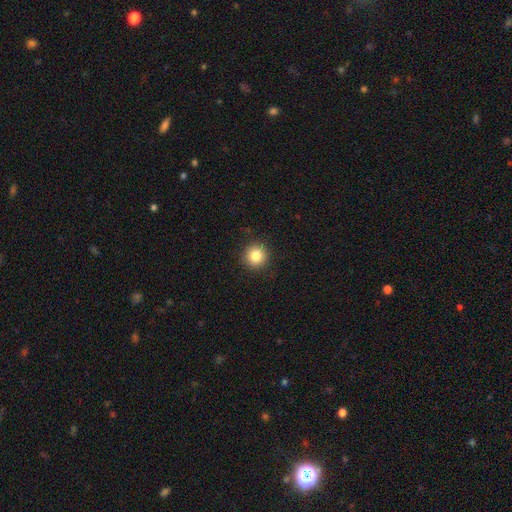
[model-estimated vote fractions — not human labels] Smooth or featured? smooth (84%)
How rounded? round (94%)
Merging? none (91%)